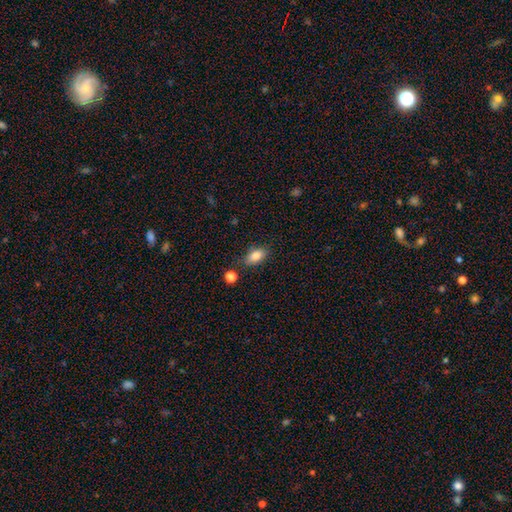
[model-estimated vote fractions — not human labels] Q: Smooth or featured?
A: smooth (84%); runner-up: star or artifact (8%)
Q: How rounded?
A: in between (87%); runner-up: round (7%)
Q: Merging?
A: none (77%); runner-up: minor disturbance (15%)